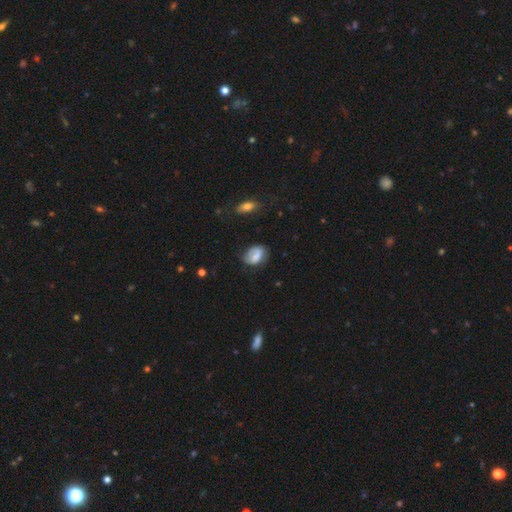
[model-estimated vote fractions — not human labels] Smooth or featured?
  - smooth: 69% *
  - featured or disk: 23%
  - star or artifact: 8%
How rounded?
  - in between: 74% *
  - round: 24%
  - cigar-shaped: 1%
Merging?
  - none: 55% *
  - minor disturbance: 31%
  - major disturbance: 11%
  - merger: 3%